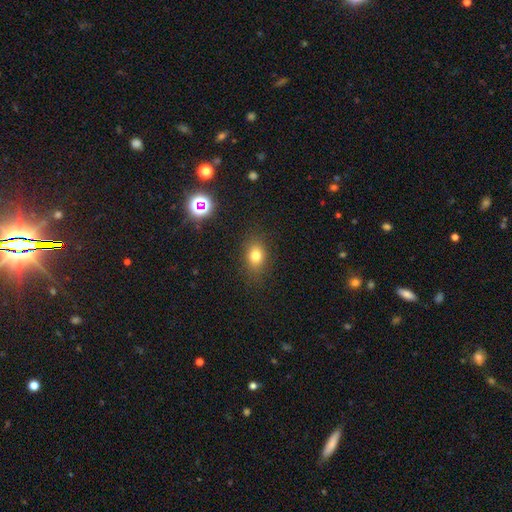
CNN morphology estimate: Smooth or featured: smooth — 77% (star or artifact — 14%)
How rounded: in between — 59% (round — 39%)
Merging: none — 83% (minor disturbance — 12%)